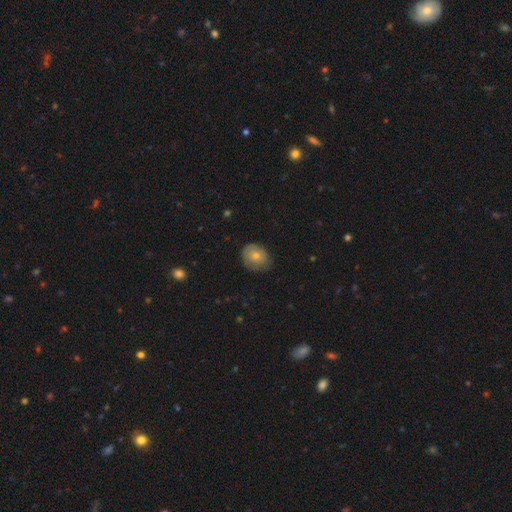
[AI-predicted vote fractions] Smooth or featured? Predicted: smooth (p=0.70). How rounded? Predicted: round (p=0.58). Merging? Predicted: none (p=0.65).